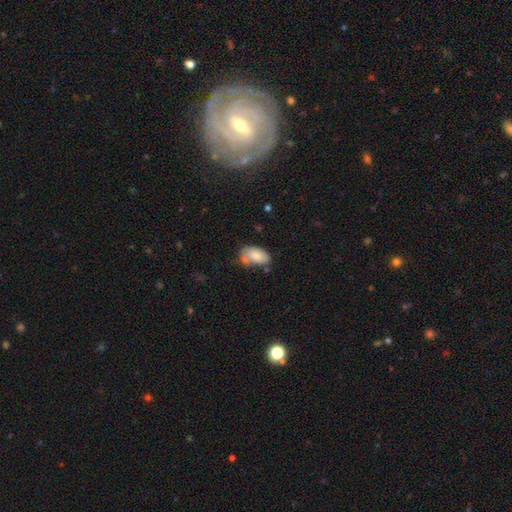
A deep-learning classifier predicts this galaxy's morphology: Smooth or featured: smooth — 81% (featured or disk — 12%)
How rounded: in between — 93% (round — 5%)
Merging: none — 45% (minor disturbance — 28%)